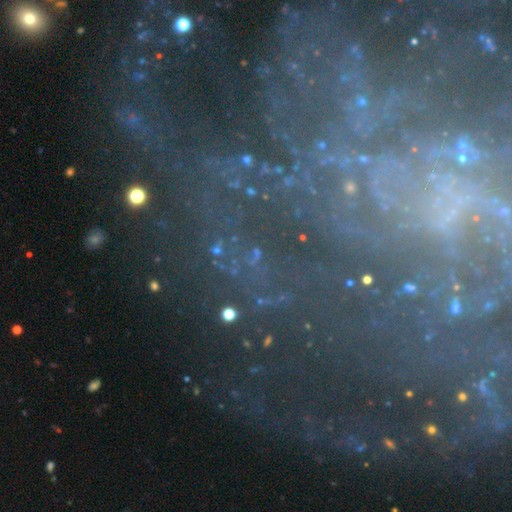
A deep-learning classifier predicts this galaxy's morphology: Smooth or featured?
  - star or artifact: 64% *
  - featured or disk: 20%
  - smooth: 15%